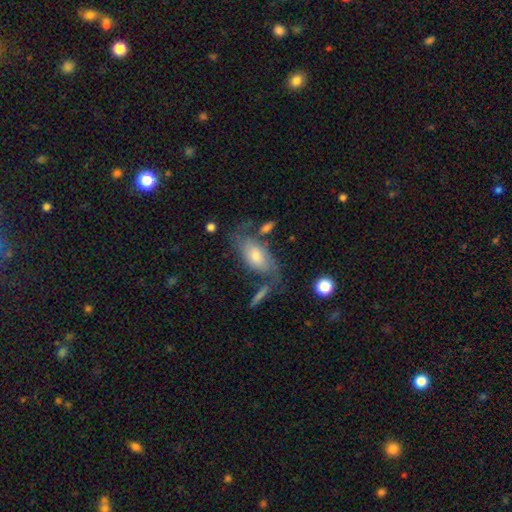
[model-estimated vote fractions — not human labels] Smooth or featured?
  - featured or disk: 48% *
  - smooth: 44%
  - star or artifact: 8%
Merging?
  - none: 52% *
  - minor disturbance: 22%
  - major disturbance: 15%
  - merger: 11%